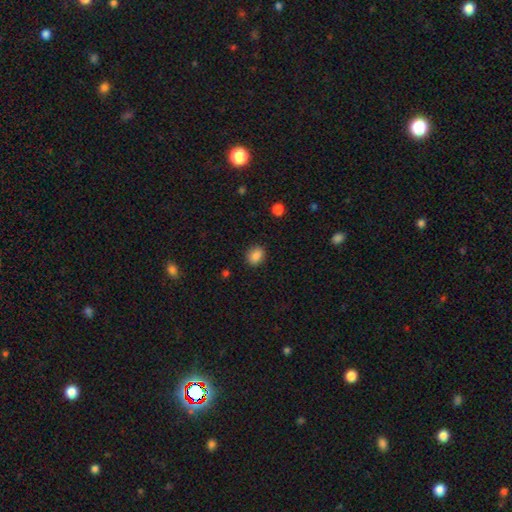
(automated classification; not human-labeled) Overall: smooth (87%). How rounded: in between (52%; round 47%). Merging: none (87%).